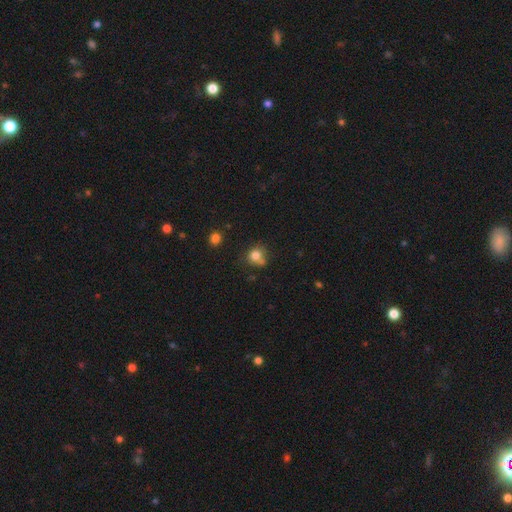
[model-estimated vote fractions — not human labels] Smooth or featured? Predicted: smooth (p=0.80). How rounded? Predicted: round (p=0.80). Merging? Predicted: none (p=0.56).